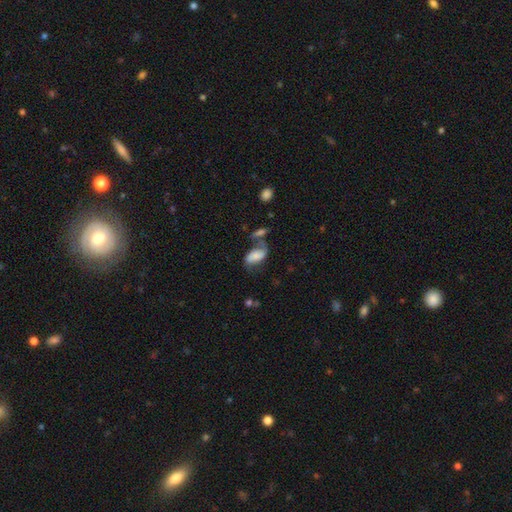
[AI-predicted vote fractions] smooth_or_featured: smooth (p=0.51) [alt: featured or disk p=0.39]
how_rounded: in between (p=0.90) [alt: round p=0.06]
merging: none (p=0.38) [alt: merger p=0.25]